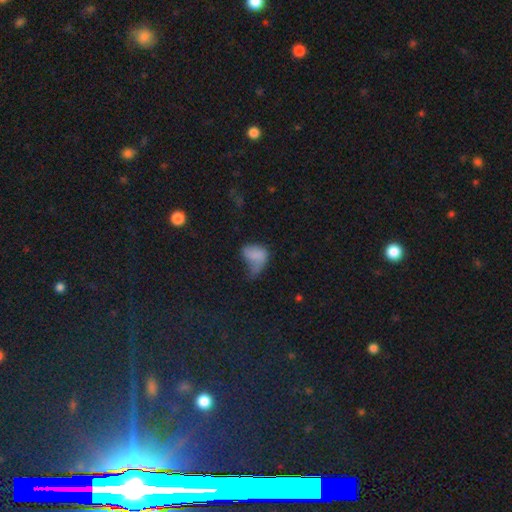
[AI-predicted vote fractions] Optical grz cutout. It shows a smooth galaxy with no disk features (71%) that is in between round and cigar-shaped (83%). Merging: major disturbance (49%).